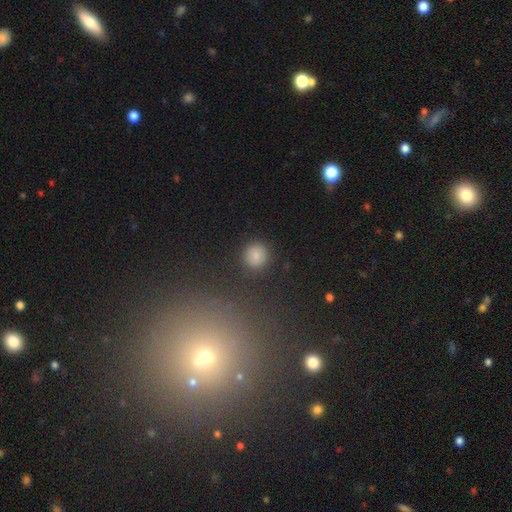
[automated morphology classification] This appears to be a smooth galaxy with no disk features (83%) that is round (90%). Merging: none (88%).